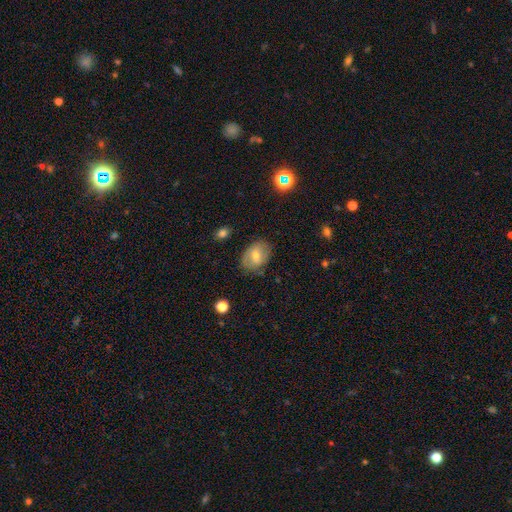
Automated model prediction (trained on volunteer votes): The model was most divided on "smooth or featured": smooth: 55%, featured or disk: 35%, star or artifact: 11%. More confident: how rounded — in between (75%); merging — none (74%).